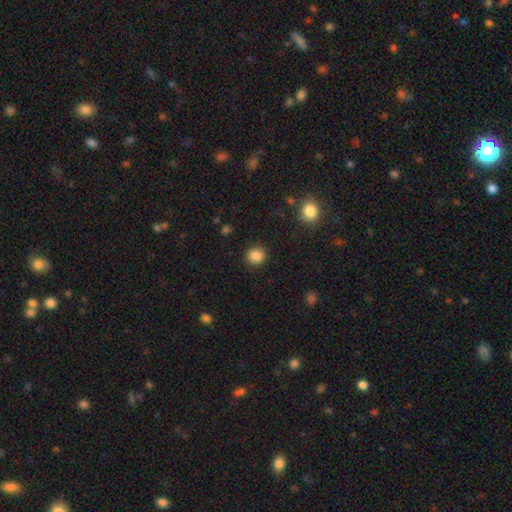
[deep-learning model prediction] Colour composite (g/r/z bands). It shows a smooth galaxy with no disk features (85%) that is round (85%). Merging: none (90%).